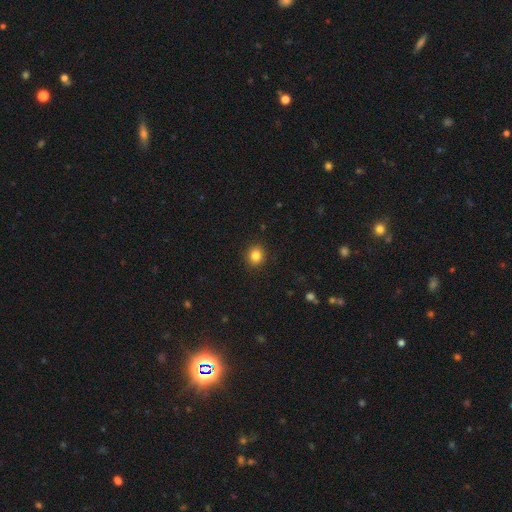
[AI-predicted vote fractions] Smooth or featured?
  - smooth: 85% *
  - star or artifact: 11%
  - featured or disk: 4%
How rounded?
  - round: 82% *
  - in between: 17%
  - cigar-shaped: 1%
Merging?
  - none: 92% *
  - minor disturbance: 6%
  - major disturbance: 2%
  - merger: 1%